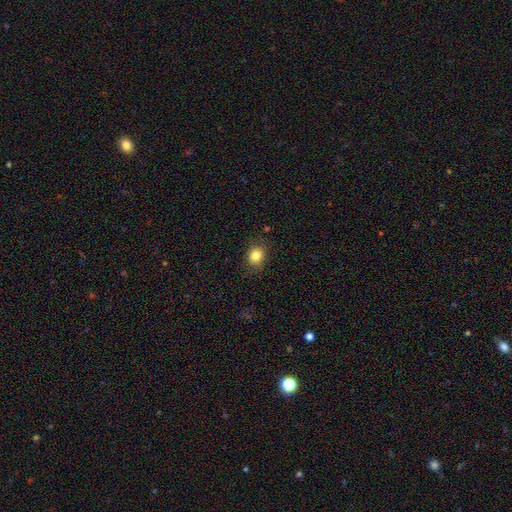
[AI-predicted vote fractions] smooth 83%, star or artifact 11%, featured or disk 6%. Down the decision tree: how rounded — round (66%); merging — none (83%).